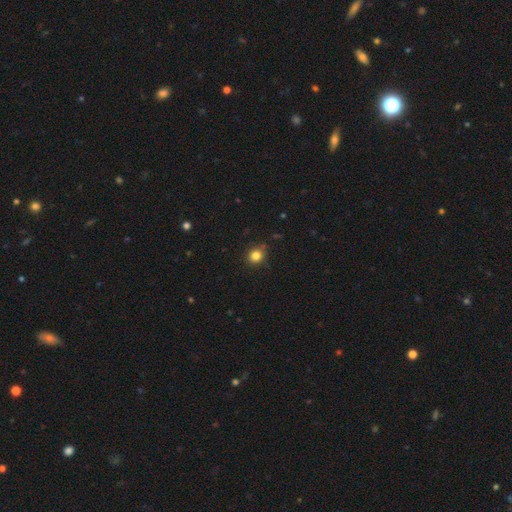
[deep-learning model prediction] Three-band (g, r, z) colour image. It shows a smooth galaxy with no disk features (83%) that is round (83%). Merging: none (84%).